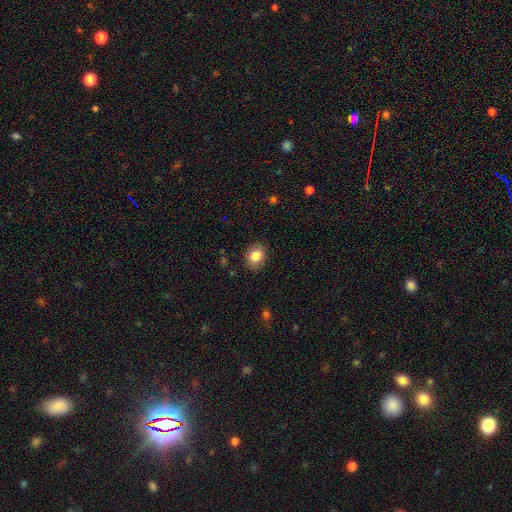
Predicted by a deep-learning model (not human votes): Smooth or featured: smooth — 84% (star or artifact — 9%)
How rounded: in between — 52% (round — 47%)
Merging: none — 86% (minor disturbance — 10%)